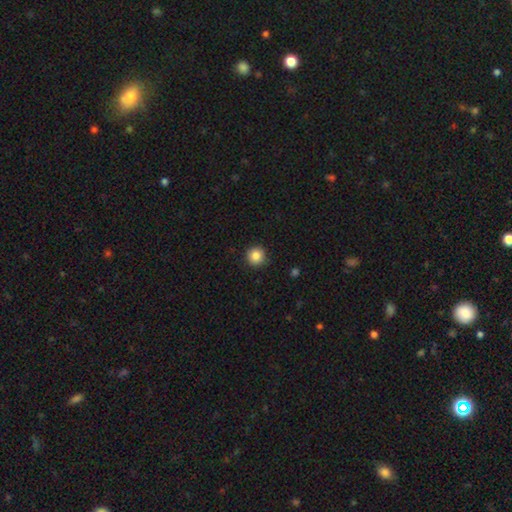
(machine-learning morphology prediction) The model was most divided on "smooth or featured": smooth: 86%, star or artifact: 10%, featured or disk: 4%. More confident: how rounded — round (95%); merging — none (91%).